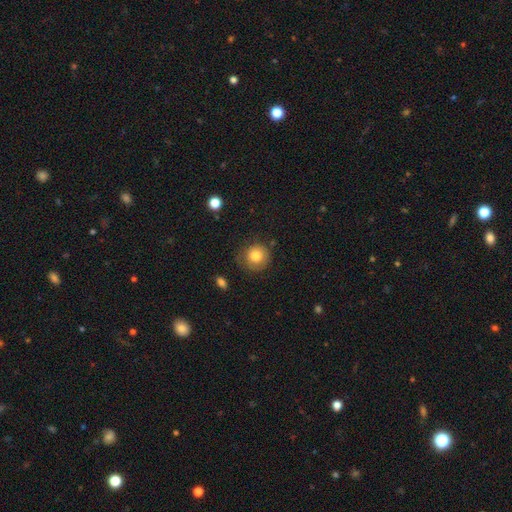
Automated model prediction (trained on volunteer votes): Smooth or featured: smooth — 81% (featured or disk — 10%)
How rounded: round — 90% (in between — 9%)
Merging: none — 74% (minor disturbance — 18%)